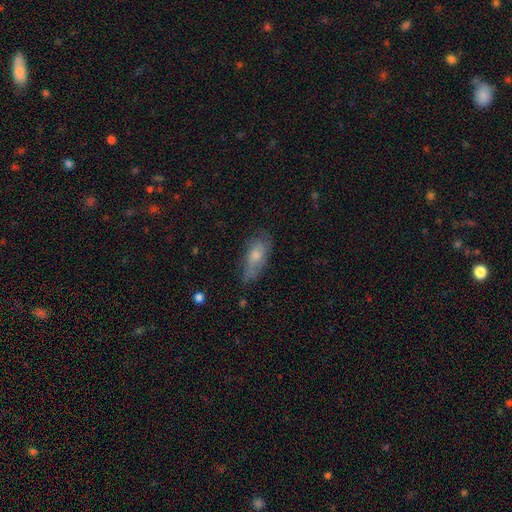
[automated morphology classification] The model was most divided on "merging": none: 56%, minor disturbance: 31%, major disturbance: 11%, merger: 2%. More confident: how rounded — in between (76%); smooth or featured — smooth (62%).